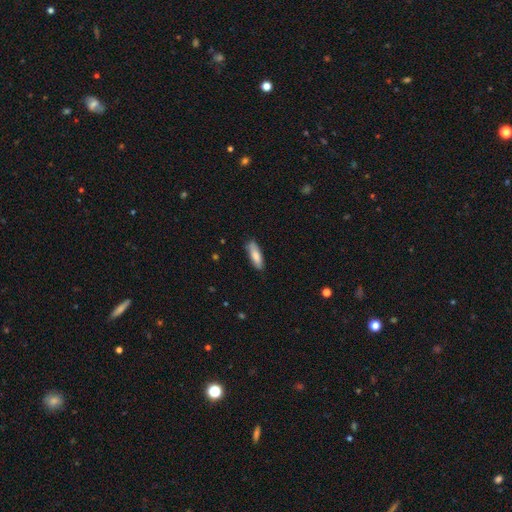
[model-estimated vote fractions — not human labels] Morphology: type=smooth (82%); roundness=in between (49%, tied with cigar-shaped); merging=none (81%).